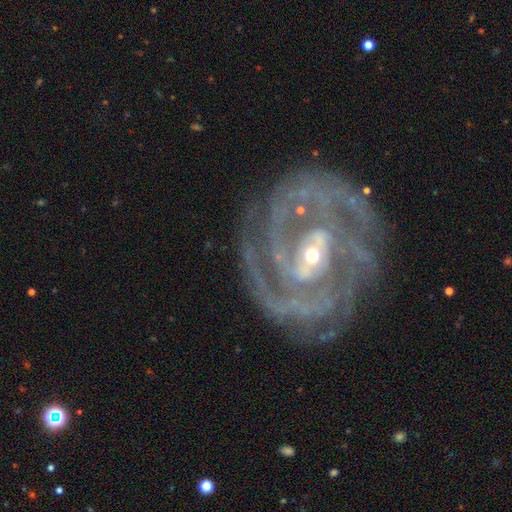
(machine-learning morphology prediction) Smooth or featured? Predicted: featured or disk (p=0.90). Edge-on disk? Predicted: no (p=0.97). Bar? Predicted: strong (p=0.40). Spiral arms? Predicted: yes (p=0.98). Spiral winding? Predicted: tight (p=0.72). Spiral arm count? Predicted: 2 (p=0.31). Bulge size? Predicted: small (p=0.68). Merging? Predicted: none (p=0.76).